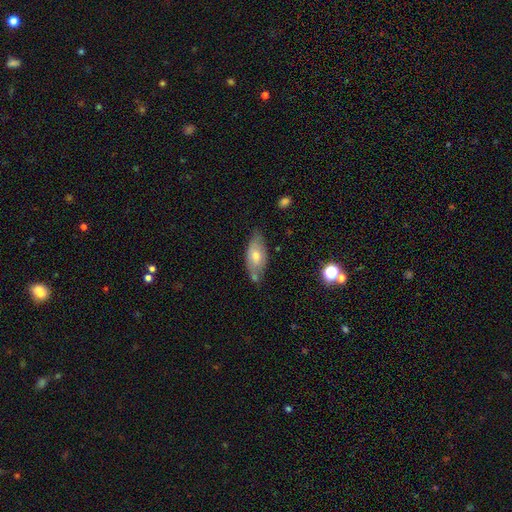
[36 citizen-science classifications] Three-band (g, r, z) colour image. It shows a smooth galaxy with no disk features (64%) that is in between round and cigar-shaped (65%). Merging: none (77%).